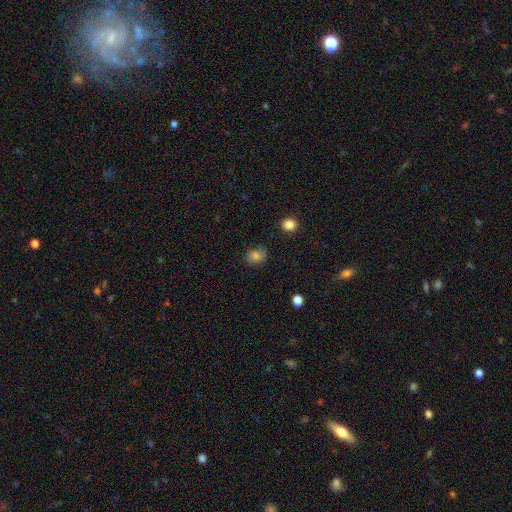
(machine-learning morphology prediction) smooth_or_featured: smooth (p=0.81) [alt: star or artifact p=0.12]
how_rounded: round (p=0.51) [alt: in between p=0.48]
merging: none (p=0.78) [alt: minor disturbance p=0.17]